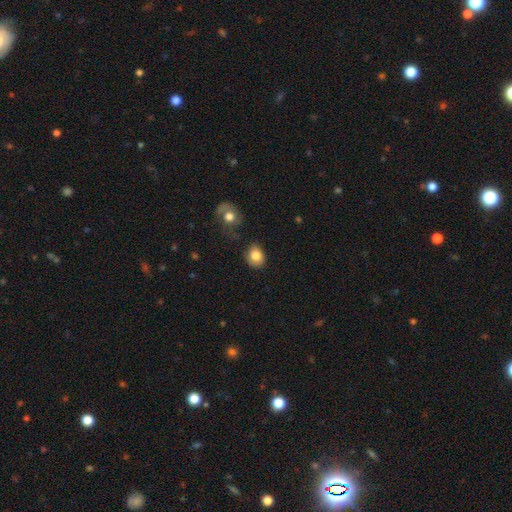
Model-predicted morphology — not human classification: Q: Smooth or featured?
A: smooth (82%); runner-up: featured or disk (10%)
Q: How rounded?
A: round (52%); runner-up: in between (47%)
Q: Merging?
A: none (68%); runner-up: minor disturbance (19%)